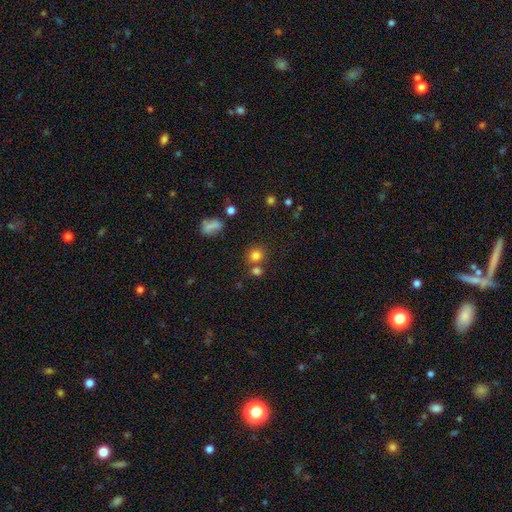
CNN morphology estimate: type=smooth (78%); roundness=round (84%); merging=none (66%).